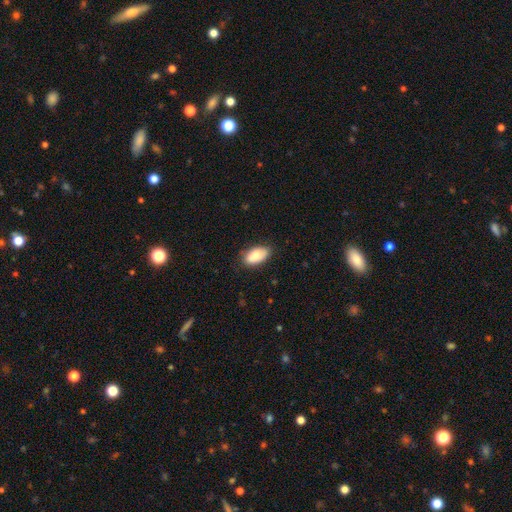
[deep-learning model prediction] Overall: smooth (83%). How rounded: in between (93%). Merging: none (79%).